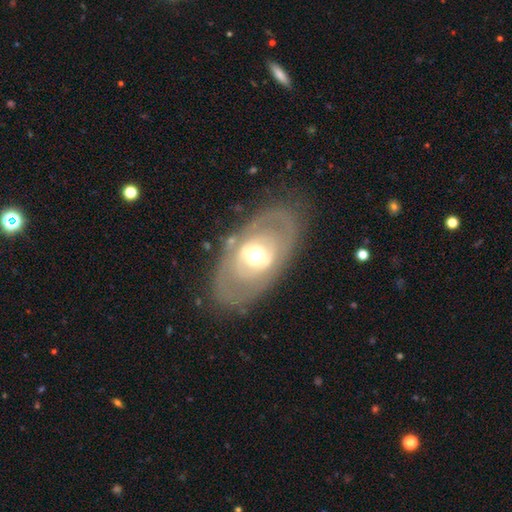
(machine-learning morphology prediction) Smooth or featured? Predicted: featured or disk (p=0.66). Edge-on disk? Predicted: no (p=0.89). Bar? Predicted: no (p=0.59). Spiral arms? Predicted: no (p=0.76). Bulge size? Predicted: moderate (p=0.64). Merging? Predicted: none (p=0.77).